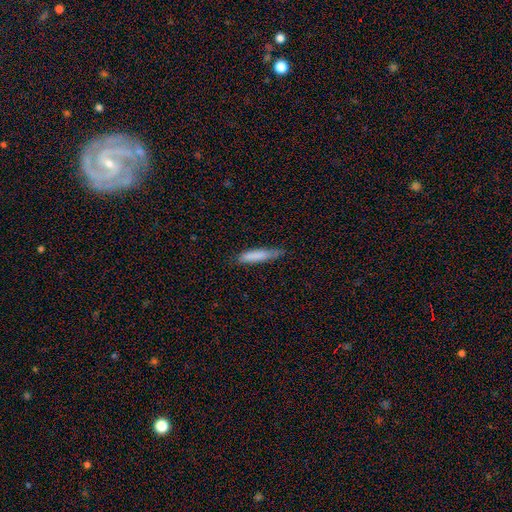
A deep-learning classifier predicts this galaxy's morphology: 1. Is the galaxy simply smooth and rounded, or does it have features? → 80% smooth, 14% featured or disk, 6% star or artifact.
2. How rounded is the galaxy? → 85% cigar-shaped, 14% in between, 1% round.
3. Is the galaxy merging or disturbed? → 70% none, 24% minor disturbance, 4% major disturbance, 2% merger.